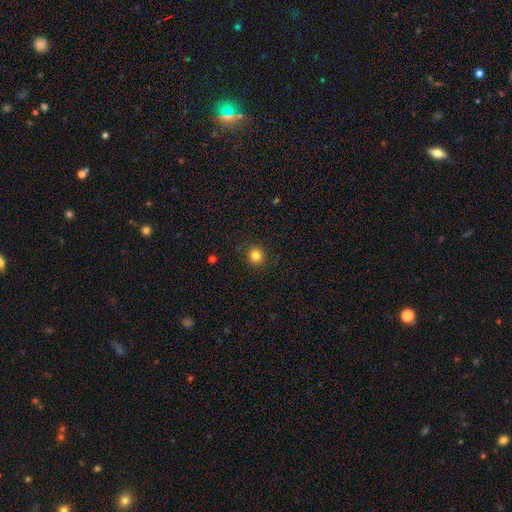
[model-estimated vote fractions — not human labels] This appears to be a smooth galaxy with no disk features (84%) that is round (89%). Merging: none (90%).